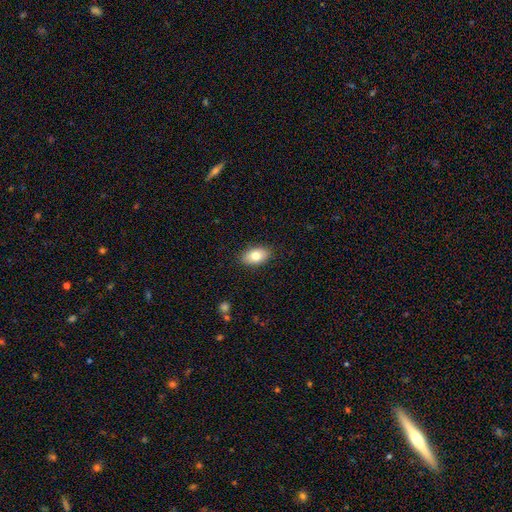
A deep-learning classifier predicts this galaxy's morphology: Q: Smooth or featured?
A: smooth (80%); runner-up: featured or disk (13%)
Q: How rounded?
A: in between (91%); runner-up: round (7%)
Q: Merging?
A: none (88%); runner-up: minor disturbance (9%)